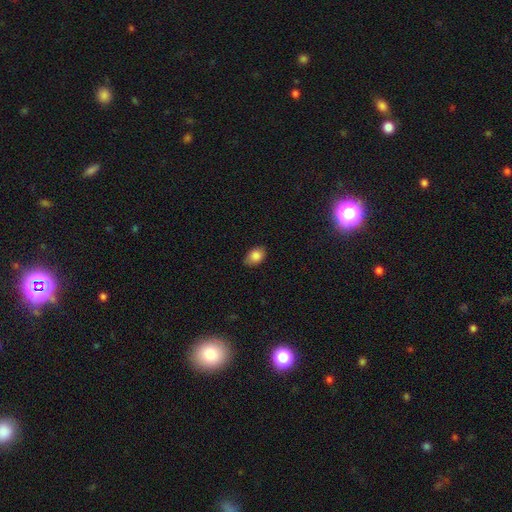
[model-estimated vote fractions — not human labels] Morphology: type=smooth (85%); roundness=in between (80%); merging=none (78%).